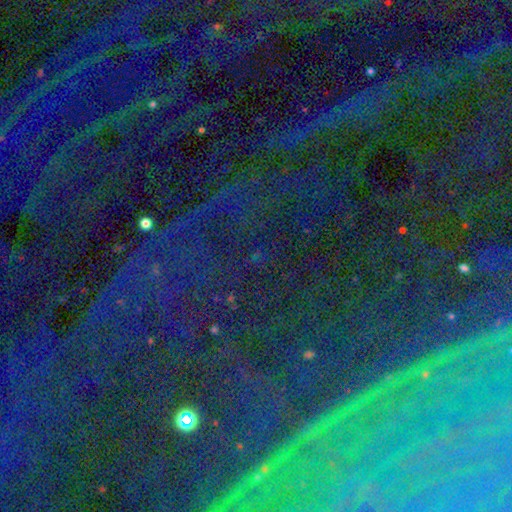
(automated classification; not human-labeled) Morphology: type=star or artifact (81%).